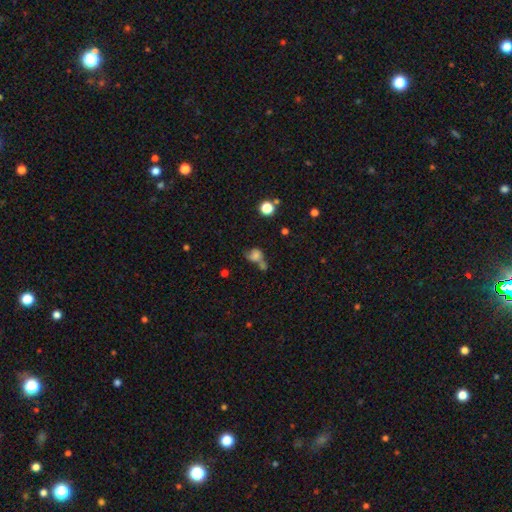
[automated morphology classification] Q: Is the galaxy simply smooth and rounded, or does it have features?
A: smooth — 68%.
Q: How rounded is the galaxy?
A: round — 54%.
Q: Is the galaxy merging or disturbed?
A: merger — 45%.